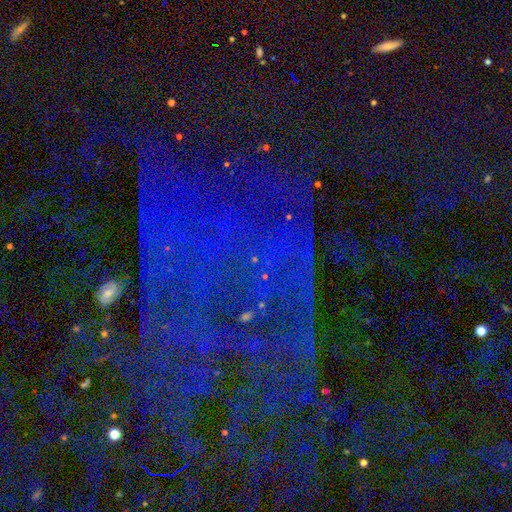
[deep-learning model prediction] A star or artifact, not a galaxy (82%).